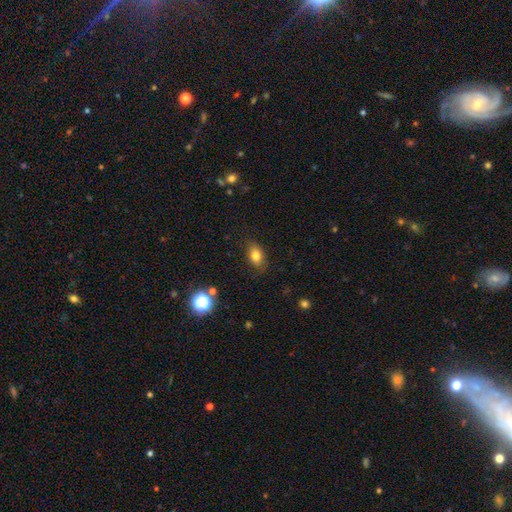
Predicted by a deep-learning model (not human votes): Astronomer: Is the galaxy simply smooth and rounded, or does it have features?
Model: smooth — 78%.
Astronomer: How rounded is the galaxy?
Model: in between — 80%.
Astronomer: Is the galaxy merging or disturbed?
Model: none — 81%.